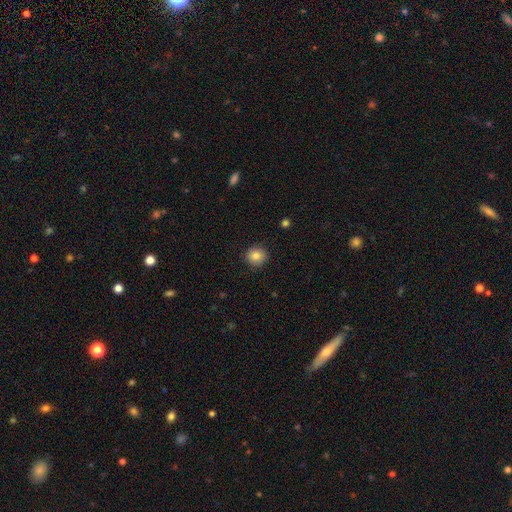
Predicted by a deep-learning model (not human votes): Q: Smooth or featured?
A: smooth (85%); runner-up: star or artifact (10%)
Q: How rounded?
A: round (90%); runner-up: in between (9%)
Q: Merging?
A: none (89%); runner-up: minor disturbance (8%)